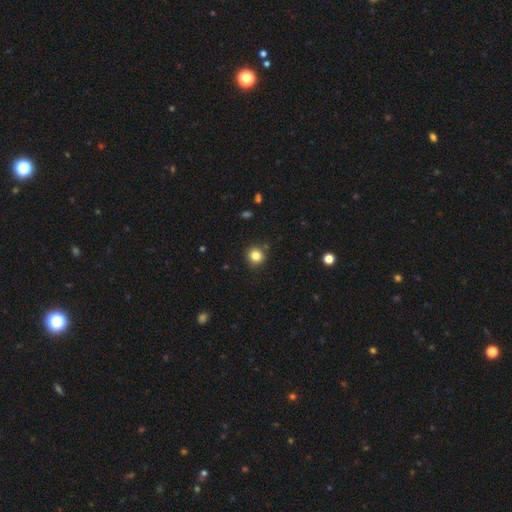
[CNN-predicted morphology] The model was most divided on "smooth or featured": smooth: 82%, star or artifact: 12%, featured or disk: 6%. More confident: how rounded — round (93%); merging — none (89%).